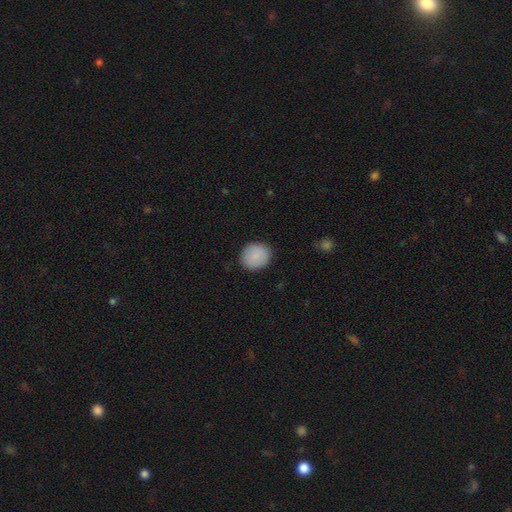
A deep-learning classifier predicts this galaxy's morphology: This is clearly a smooth galaxy (88%). How rounded: clearly round (80%). Merging: clearly none (88%).